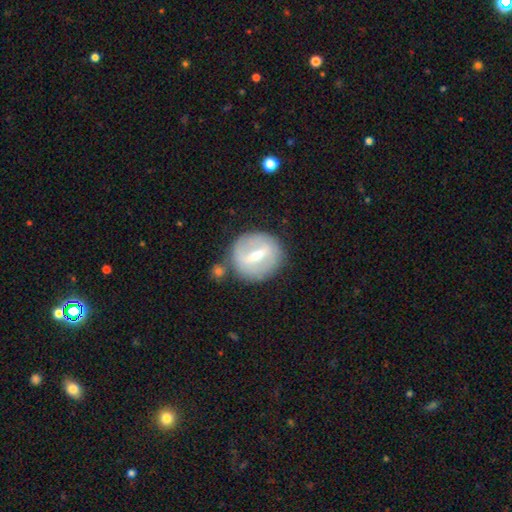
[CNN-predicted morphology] The model was most divided on "bulge size": moderate: 51%, small: 42%, large: 3%, none: 3%, dominant: 1%. More confident: edge-on disk — no (87%); merging — none (77%); bar — strong (65%); smooth or featured — featured or disk (65%); spiral arms — no (64%).